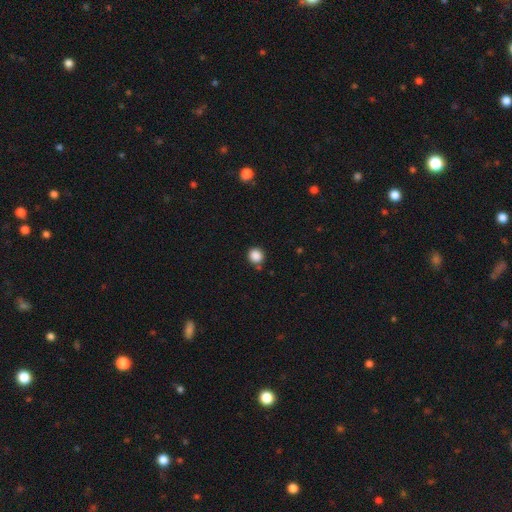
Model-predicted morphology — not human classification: Q: Smooth or featured?
A: smooth (87%); runner-up: star or artifact (10%)
Q: How rounded?
A: round (90%); runner-up: in between (9%)
Q: Merging?
A: none (81%); runner-up: minor disturbance (11%)